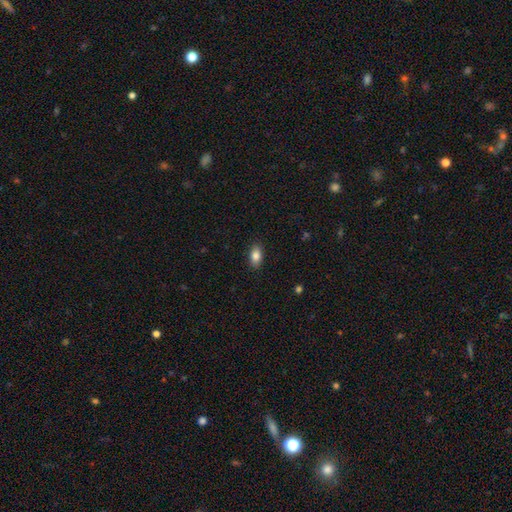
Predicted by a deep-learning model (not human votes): Overall: smooth (85%). How rounded: in between (89%). Merging: none (88%).